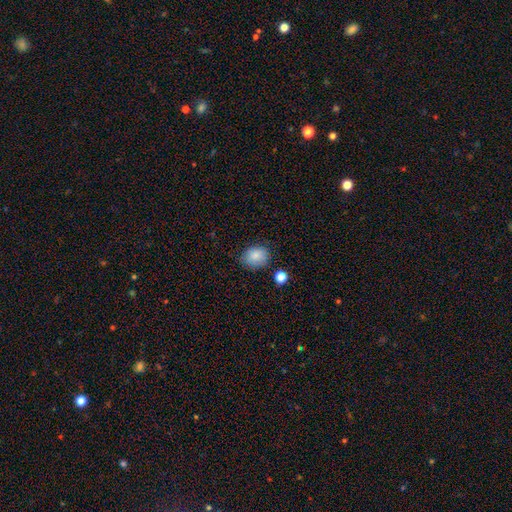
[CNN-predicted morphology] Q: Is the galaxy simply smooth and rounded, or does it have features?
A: smooth — 85%.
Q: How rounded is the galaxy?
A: in between — 53%.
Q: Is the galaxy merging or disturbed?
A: none — 77%.